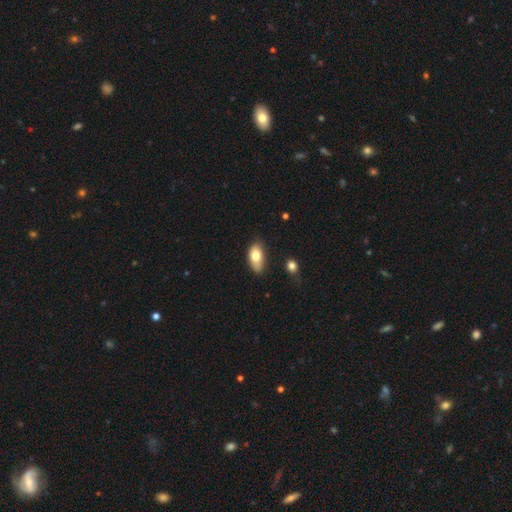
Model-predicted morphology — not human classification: type=smooth (76%); roundness=in between (90%); merging=none (65%).